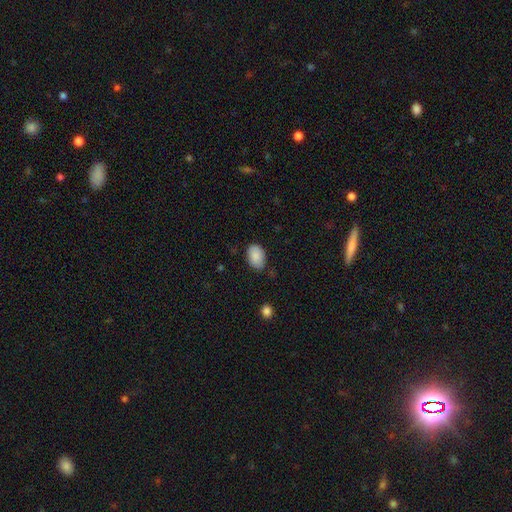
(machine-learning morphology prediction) Q: Smooth or featured?
A: smooth (88%); runner-up: star or artifact (7%)
Q: How rounded?
A: in between (87%); runner-up: round (12%)
Q: Merging?
A: none (73%); runner-up: minor disturbance (21%)